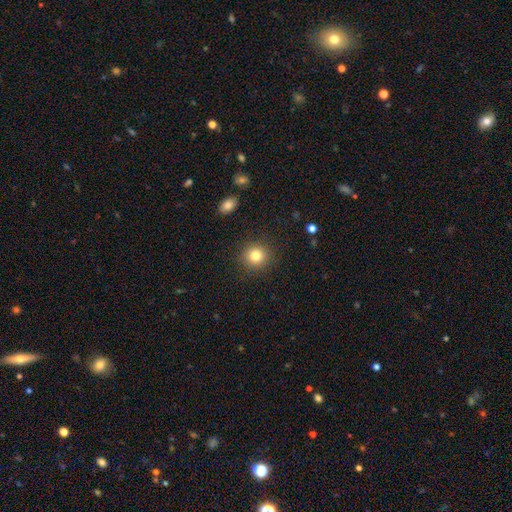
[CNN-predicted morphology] Overall: smooth (82%). How rounded: round (91%). Merging: none (90%).